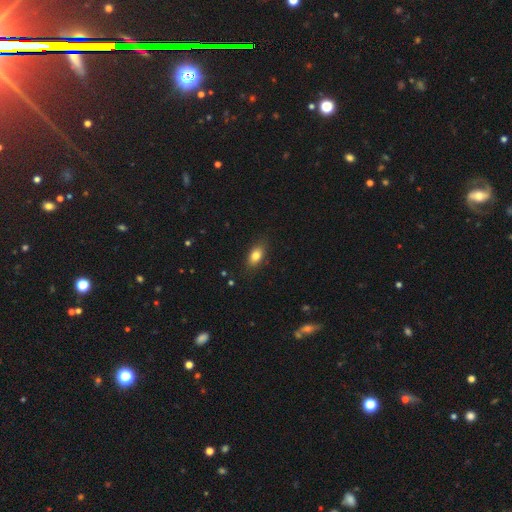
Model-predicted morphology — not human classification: A smooth galaxy with no disk features (82%) that is in between round and cigar-shaped (86%).

Vote fractions:
- Smooth or featured? smooth: 82% / featured or disk: 9% / star or artifact: 9%
- How rounded? in between: 86% / round: 9% / cigar-shaped: 5%
- Merging? none: 84% / minor disturbance: 12% / major disturbance: 3% / merger: 1%